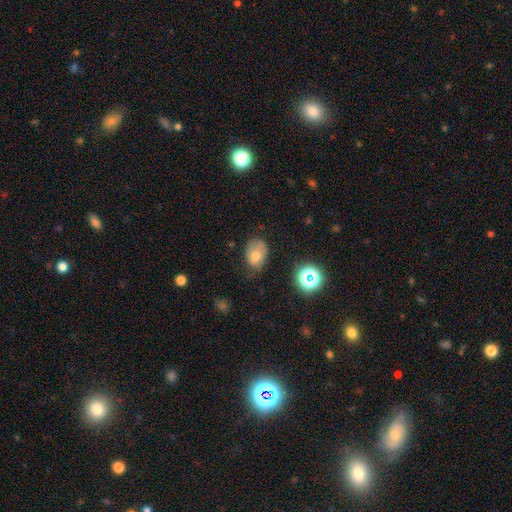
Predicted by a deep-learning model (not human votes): smooth_or_featured: smooth (p=0.70) [alt: featured or disk p=0.16]
how_rounded: in between (p=0.73) [alt: round p=0.26]
merging: none (p=0.49) [alt: minor disturbance p=0.36]